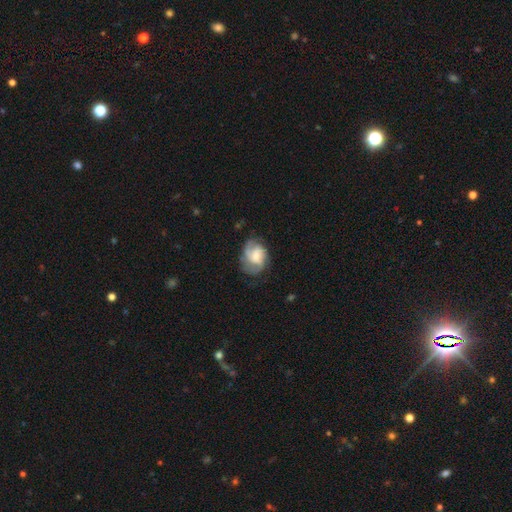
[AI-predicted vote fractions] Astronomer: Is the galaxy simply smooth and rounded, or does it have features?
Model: featured or disk — 57% (runner-up: smooth, 36%).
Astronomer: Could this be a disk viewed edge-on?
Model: no — 97%.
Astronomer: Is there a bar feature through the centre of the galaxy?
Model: no — 56% (runner-up: weak, 36%).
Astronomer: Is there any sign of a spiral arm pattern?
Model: yes — 82%.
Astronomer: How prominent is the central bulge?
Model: moderate — 42% (runner-up: small, 29%).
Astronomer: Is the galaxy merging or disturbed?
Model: none — 53% (runner-up: minor disturbance, 28%).